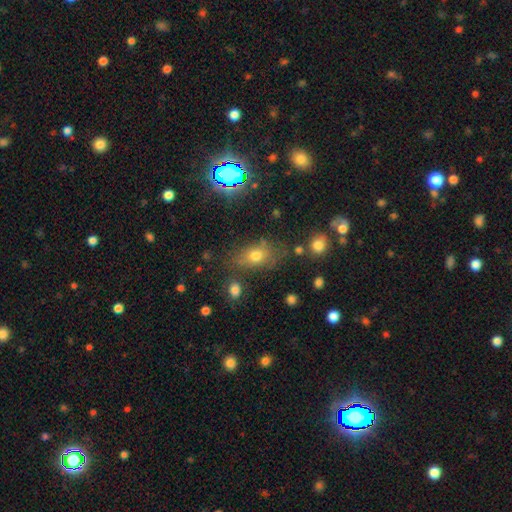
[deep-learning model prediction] Overall: smooth (69%). How rounded: in between (74%). Merging: none (68%).